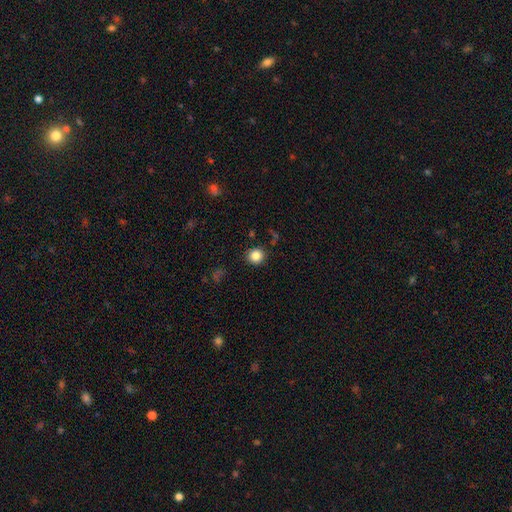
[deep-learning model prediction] The model was most divided on "smooth or featured": smooth: 84%, star or artifact: 11%, featured or disk: 5%. More confident: how rounded — round (91%); merging — none (89%).